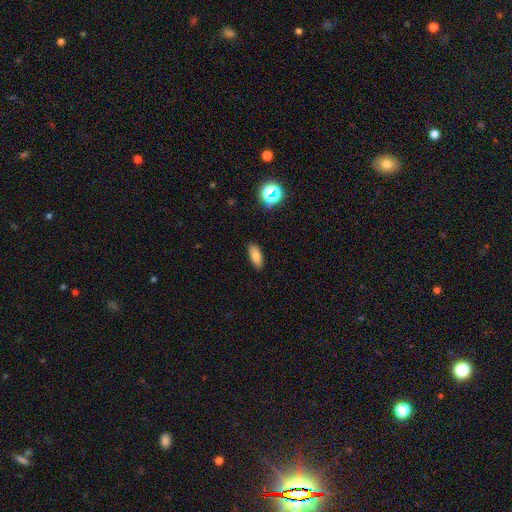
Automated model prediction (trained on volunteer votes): A smooth galaxy with no disk features (83%) that is in between round and cigar-shaped (80%).

Vote fractions:
- Smooth or featured? smooth: 83% / star or artifact: 10% / featured or disk: 7%
- How rounded? in between: 80% / cigar-shaped: 17% / round: 3%
- Merging? none: 88% / minor disturbance: 9% / major disturbance: 2% / merger: 1%